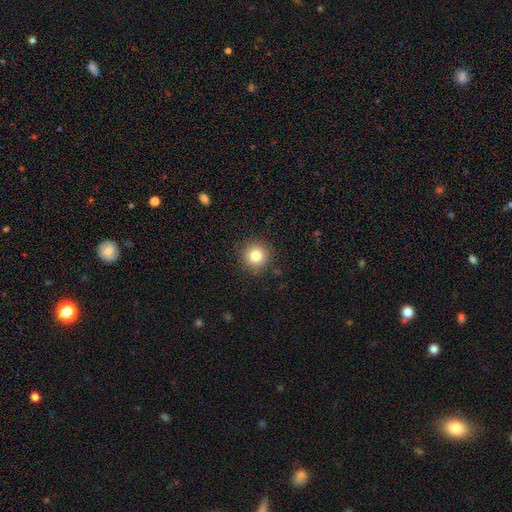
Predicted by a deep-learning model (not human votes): Smooth or featured: smooth — 81% (star or artifact — 11%)
How rounded: round — 95% (in between — 4%)
Merging: none — 90% (minor disturbance — 7%)